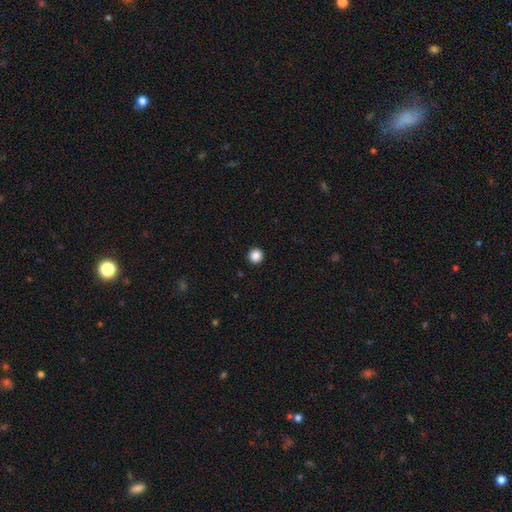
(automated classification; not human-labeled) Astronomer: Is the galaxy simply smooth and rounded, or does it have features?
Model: smooth — 87%.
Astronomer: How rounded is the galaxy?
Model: round — 96%.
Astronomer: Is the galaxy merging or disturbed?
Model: none — 94%.